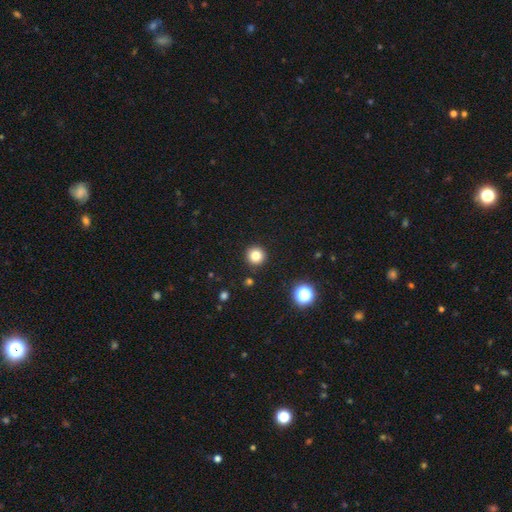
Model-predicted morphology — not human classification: Overall: smooth (80%). How rounded: round (95%). Merging: none (92%).